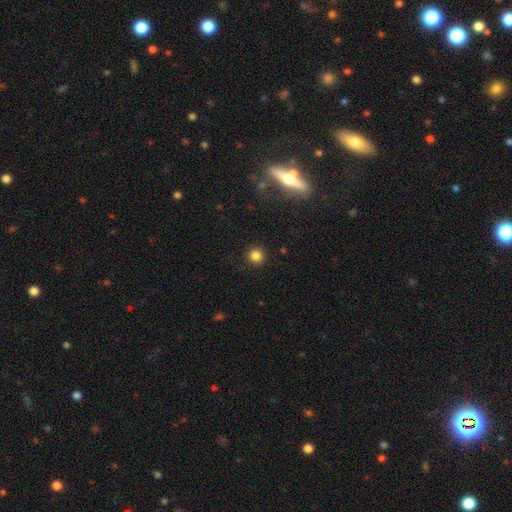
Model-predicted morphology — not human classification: Smooth or featured? Predicted: smooth (p=0.83). How rounded? Predicted: round (p=0.94). Merging? Predicted: none (p=0.92).